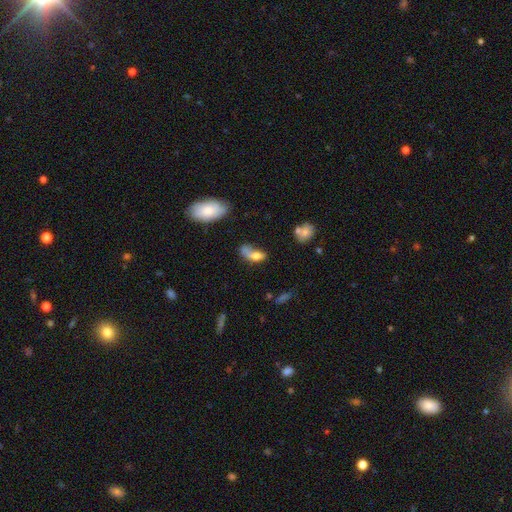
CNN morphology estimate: This is likely a smooth galaxy (64%). How rounded: likely in between (76%). Merging: marginally major disturbance (30%).